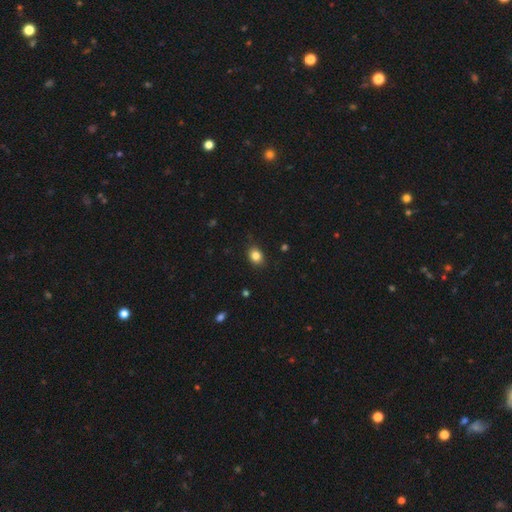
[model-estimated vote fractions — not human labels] A smooth galaxy with no disk features (84%) that is in between round and cigar-shaped (56%).

Vote fractions:
- Smooth or featured? smooth: 84% / star or artifact: 10% / featured or disk: 6%
- How rounded? in between: 56% / round: 43% / cigar-shaped: 1%
- Merging? none: 85% / minor disturbance: 11% / major disturbance: 2% / merger: 1%